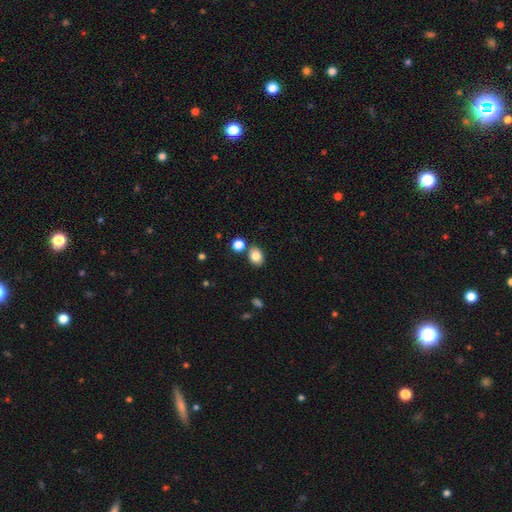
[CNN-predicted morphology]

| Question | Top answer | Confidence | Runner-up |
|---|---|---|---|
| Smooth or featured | smooth | 84% | star or artifact (10%) |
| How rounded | in between | 58% | round (41%) |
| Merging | none | 74% | merger (13%) |